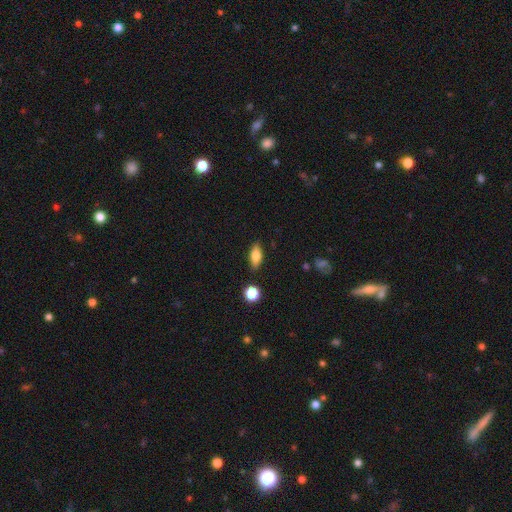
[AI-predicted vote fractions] Smooth or featured? smooth (73%)
How rounded? in between (78%)
Merging? none (85%)